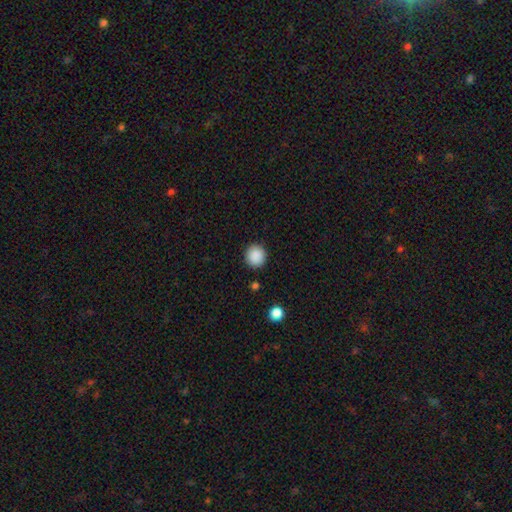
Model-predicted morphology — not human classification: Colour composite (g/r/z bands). It shows a smooth galaxy with no disk features (89%) that is round (93%). Merging: none (91%).